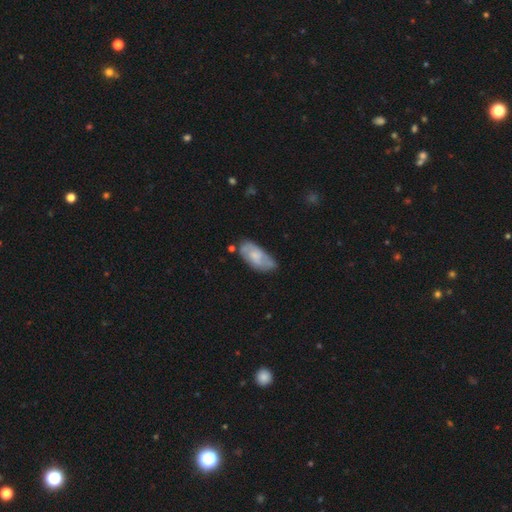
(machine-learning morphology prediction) smooth_or_featured: featured or disk (p=0.50) [alt: smooth p=0.44]
merging: none (p=0.57) [alt: minor disturbance p=0.31]